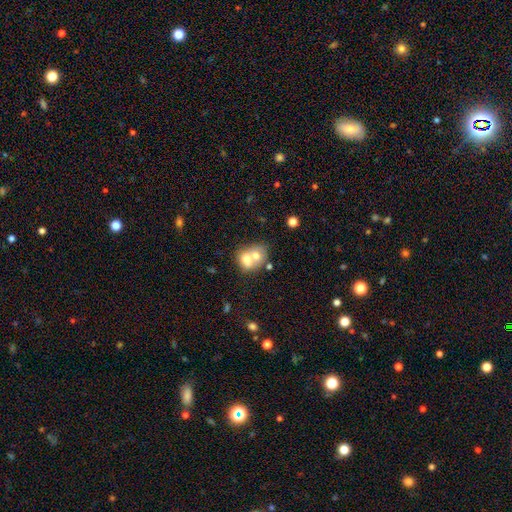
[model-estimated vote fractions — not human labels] A smooth galaxy with no disk features (64%) that is round (57%). Merging: merger (72%).